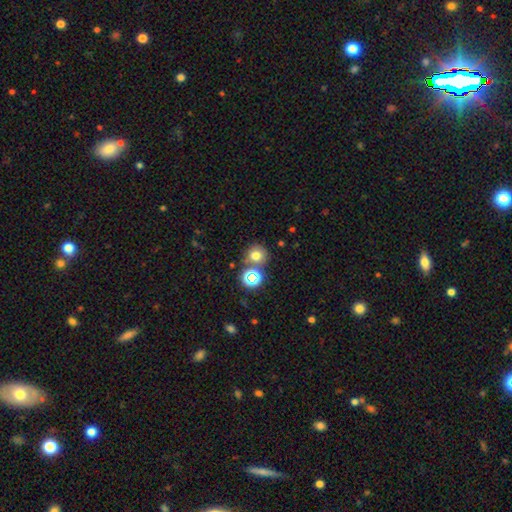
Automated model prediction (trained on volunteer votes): Smooth or featured?
  - smooth: 71% *
  - star or artifact: 20%
  - featured or disk: 8%
How rounded?
  - round: 84% *
  - in between: 15%
  - cigar-shaped: 1%
Merging?
  - none: 64% *
  - merger: 23%
  - minor disturbance: 9%
  - major disturbance: 4%